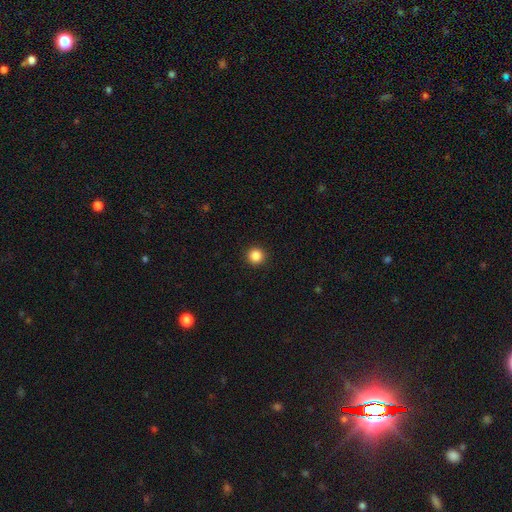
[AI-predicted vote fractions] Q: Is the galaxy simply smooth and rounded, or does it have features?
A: smooth — 86%.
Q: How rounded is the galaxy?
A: round — 96%.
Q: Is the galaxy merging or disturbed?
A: none — 93%.